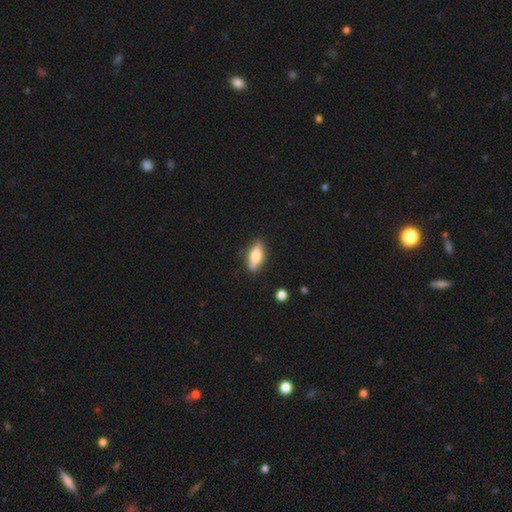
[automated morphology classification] This is possibly a smooth galaxy (59%). How rounded: likely in between (74%). Merging: likely none (79%).